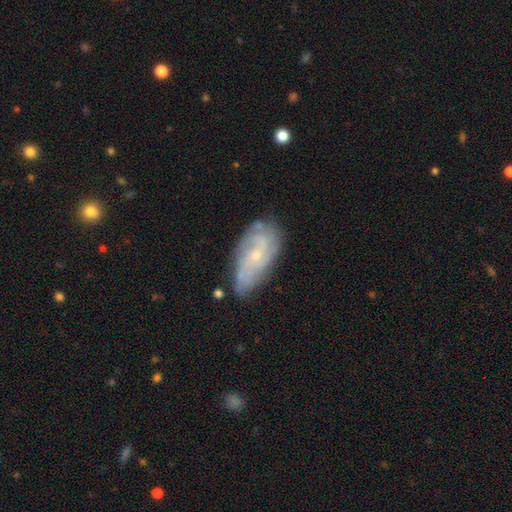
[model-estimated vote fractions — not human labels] Morphology: type=featured or disk (70%); edge-on=no (93%); bar=no (69%); spiral arms=yes (85%); winding=tight (47%); arm count=can't tell (45%); bulge=small (75%); merging=none (68%).